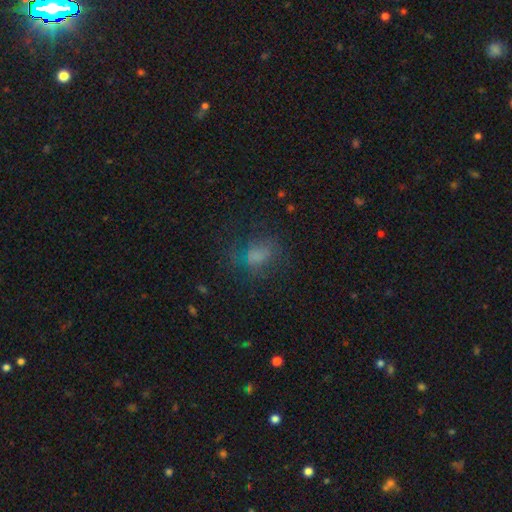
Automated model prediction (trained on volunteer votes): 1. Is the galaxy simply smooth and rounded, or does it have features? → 63% smooth, 19% star or artifact, 18% featured or disk.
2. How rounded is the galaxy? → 66% in between, 32% round, 3% cigar-shaped.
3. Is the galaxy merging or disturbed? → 54% none, 23% major disturbance, 21% minor disturbance, 2% merger.